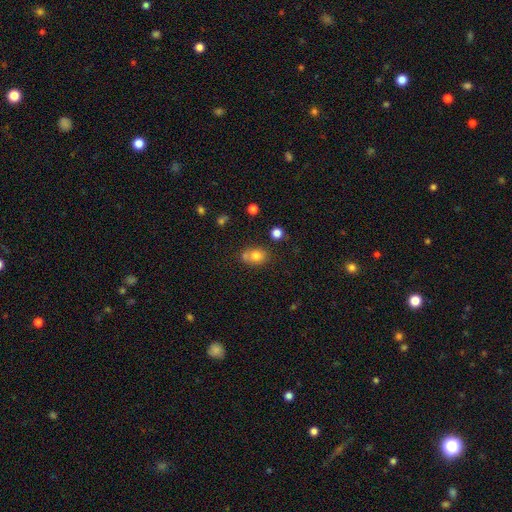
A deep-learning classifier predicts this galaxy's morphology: This is likely a smooth galaxy (77%). How rounded: possibly in between (51%). Merging: possibly none (51%).